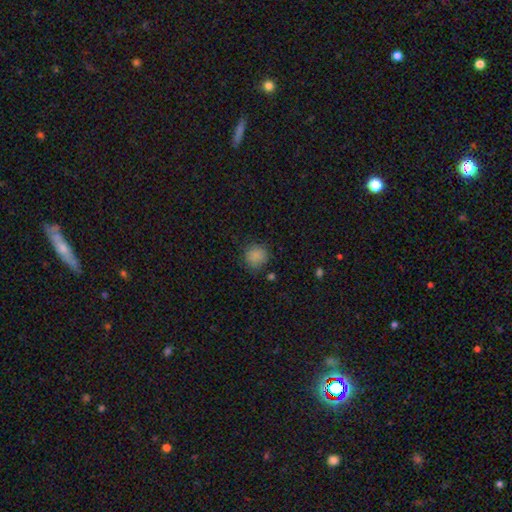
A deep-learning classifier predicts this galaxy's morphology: Overall: smooth (85%). How rounded: round (88%). Merging: none (78%).